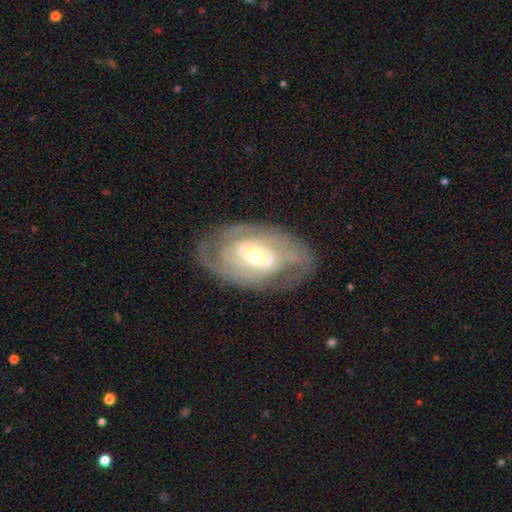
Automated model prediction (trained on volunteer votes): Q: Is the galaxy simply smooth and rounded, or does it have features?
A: featured or disk — 84%.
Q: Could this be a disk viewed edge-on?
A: no — 95%.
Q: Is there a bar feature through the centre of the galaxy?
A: no — 43%.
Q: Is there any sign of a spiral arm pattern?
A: yes — 91%.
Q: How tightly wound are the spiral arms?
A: tight — 63%.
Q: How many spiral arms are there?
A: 2 — 42%.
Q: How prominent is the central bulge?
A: moderate — 51%.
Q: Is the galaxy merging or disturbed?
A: none — 75%.